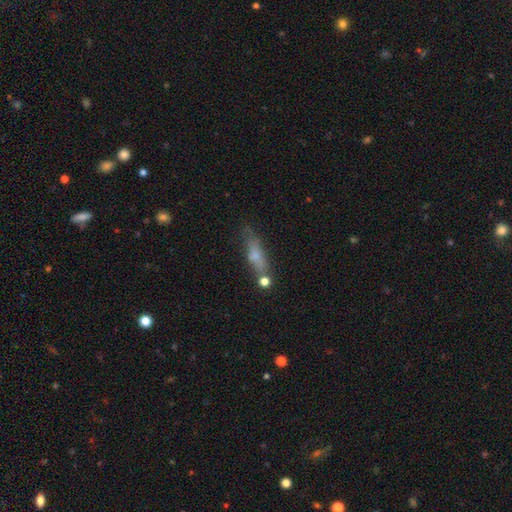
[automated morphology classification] A smooth galaxy with no disk features (58%) that is cigar-shaped (65%).

Vote fractions:
- Smooth or featured? smooth: 58% / featured or disk: 32% / star or artifact: 11%
- How rounded? cigar-shaped: 65% / in between: 31% / round: 4%
- Merging? none: 59% / minor disturbance: 21% / merger: 12% / major disturbance: 9%